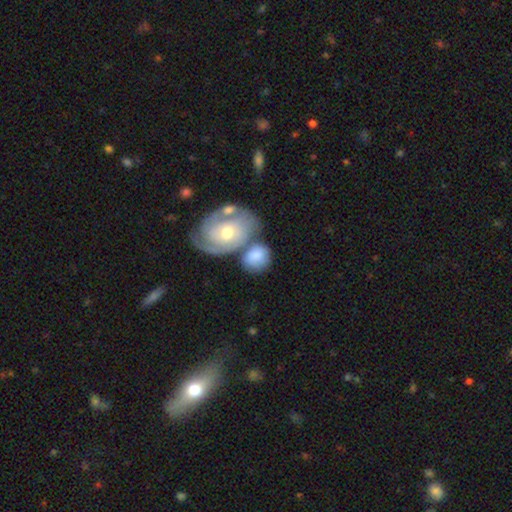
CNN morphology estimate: A smooth galaxy with no disk features (63%) that is round (54%). Merging: none (40%).